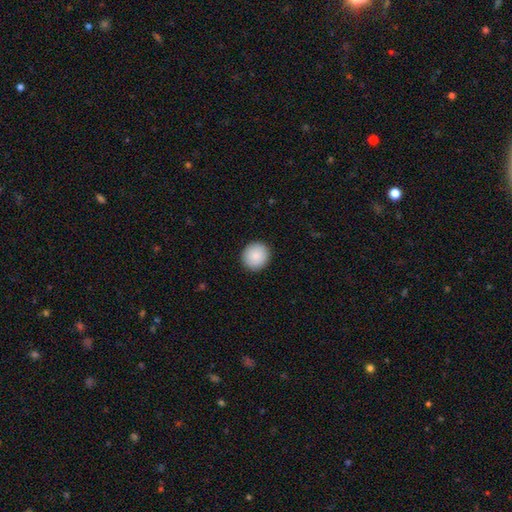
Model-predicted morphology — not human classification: This appears to be a smooth galaxy with no disk features (88%) that is round (88%). Merging: none (92%).